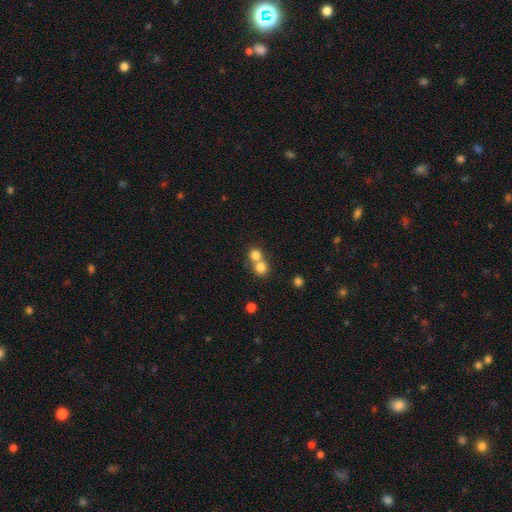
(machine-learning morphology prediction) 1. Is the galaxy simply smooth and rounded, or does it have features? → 79% smooth, 12% star or artifact, 10% featured or disk.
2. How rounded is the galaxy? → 88% round, 11% in between, 1% cigar-shaped.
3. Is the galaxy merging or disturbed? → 54% merger, 39% none, 4% minor disturbance, 2% major disturbance.